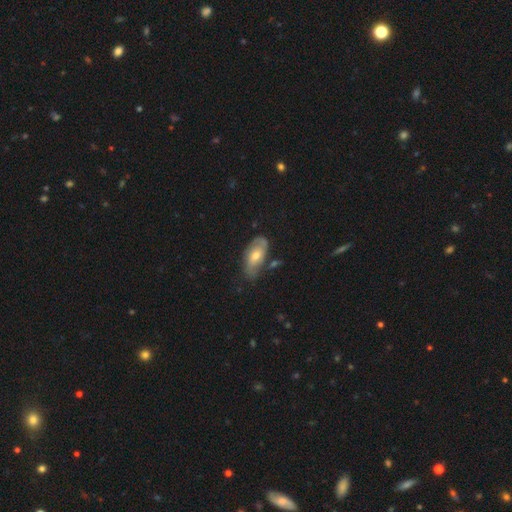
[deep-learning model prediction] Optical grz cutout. It shows a featured or disk galaxy (58%) with no bar (65%), spiral arms (75%) and a moderate central bulge (67%). Merging: none (65%).